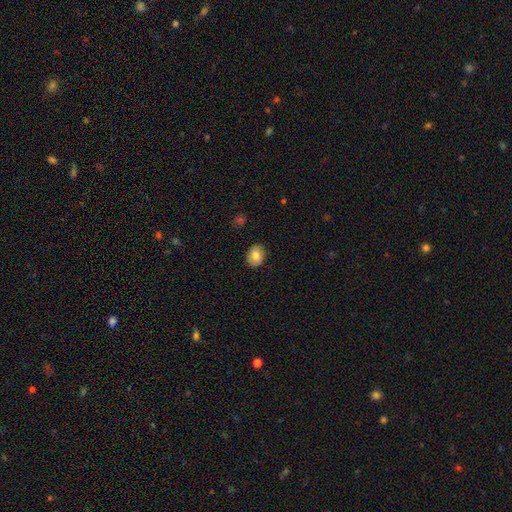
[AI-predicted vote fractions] smooth-or-featured: smooth: 80% | featured or disk: 12% | star or artifact: 8%
  how-rounded: in between: 57% | round: 43% | cigar-shaped: 1%
  merging: none: 89% | minor disturbance: 8% | major disturbance: 2% | merger: 1%